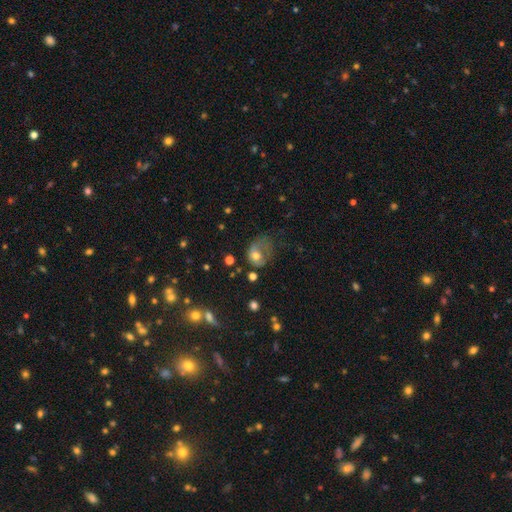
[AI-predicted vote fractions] smooth_or_featured: smooth (p=0.59) [alt: featured or disk p=0.31]
how_rounded: in between (p=0.52) [alt: round p=0.47]
merging: major disturbance (p=0.54) [alt: minor disturbance p=0.22]